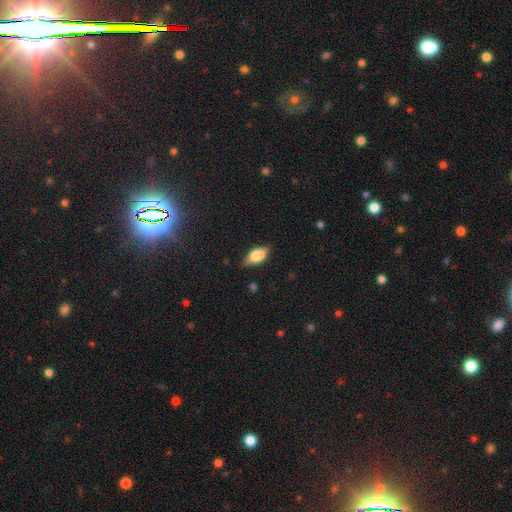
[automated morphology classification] smooth_or_featured: smooth (p=0.68) [alt: featured or disk p=0.24]
how_rounded: in between (p=0.85) [alt: cigar-shaped p=0.10]
merging: none (p=0.71) [alt: minor disturbance p=0.22]